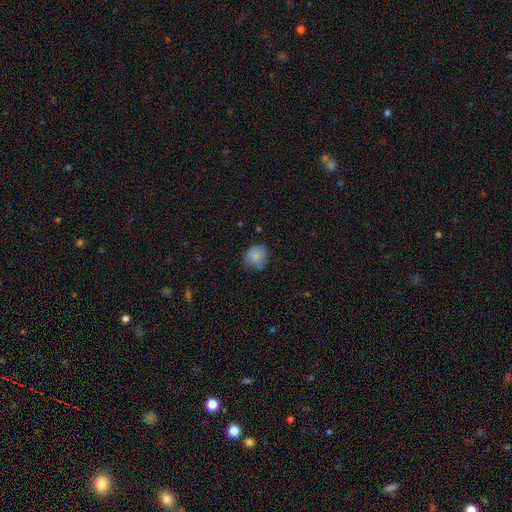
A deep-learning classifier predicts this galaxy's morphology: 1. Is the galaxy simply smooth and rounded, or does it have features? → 84% smooth, 9% star or artifact, 7% featured or disk.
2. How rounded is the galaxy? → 74% round, 25% in between, 1% cigar-shaped.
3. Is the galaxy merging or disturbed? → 61% none, 30% minor disturbance, 6% major disturbance, 3% merger.